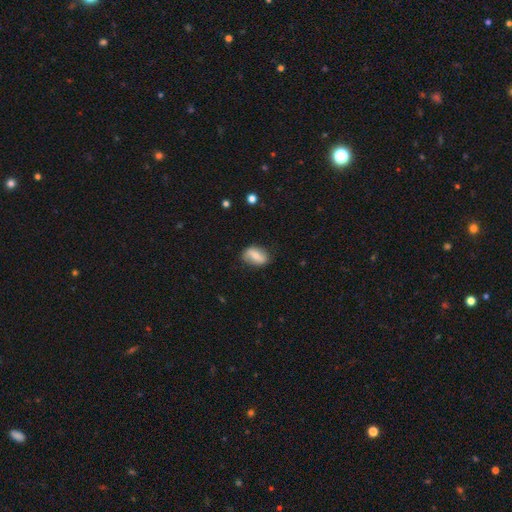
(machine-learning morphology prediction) Smooth or featured?
  - smooth: 57% *
  - featured or disk: 36%
  - star or artifact: 7%
How rounded?
  - in between: 83% *
  - round: 13%
  - cigar-shaped: 3%
Merging?
  - none: 77% *
  - minor disturbance: 17%
  - major disturbance: 4%
  - merger: 1%